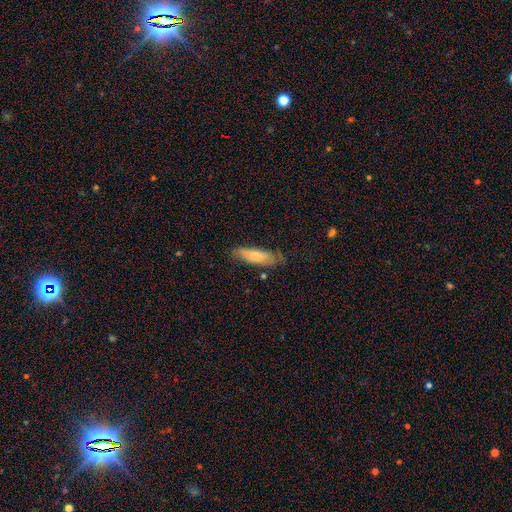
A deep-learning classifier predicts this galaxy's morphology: This appears to be a smooth galaxy with no disk features (71%) that is cigar-shaped (52%). Merging: none (64%).